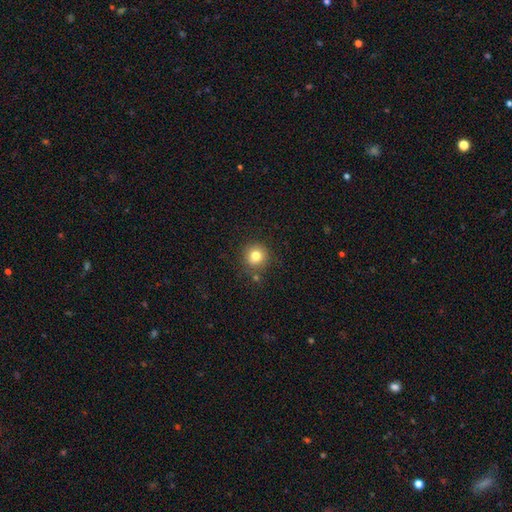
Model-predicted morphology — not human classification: Overall: smooth (79%). How rounded: round (93%). Merging: none (83%).